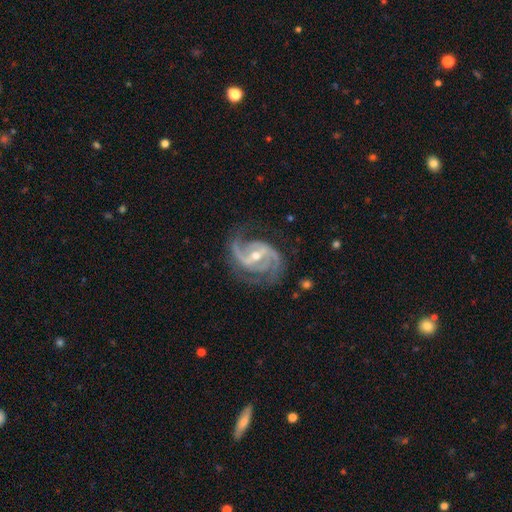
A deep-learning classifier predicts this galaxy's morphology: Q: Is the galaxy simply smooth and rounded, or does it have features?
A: featured or disk — 93%.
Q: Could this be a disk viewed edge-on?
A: no — 98%.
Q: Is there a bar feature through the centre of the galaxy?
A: strong — 42%, tied with weak.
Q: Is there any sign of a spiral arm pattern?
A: yes — 98%.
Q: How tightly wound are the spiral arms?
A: medium — 55%.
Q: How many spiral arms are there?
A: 2 — 63%.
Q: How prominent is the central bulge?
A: moderate — 56%.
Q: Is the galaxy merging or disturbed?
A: none — 70%.